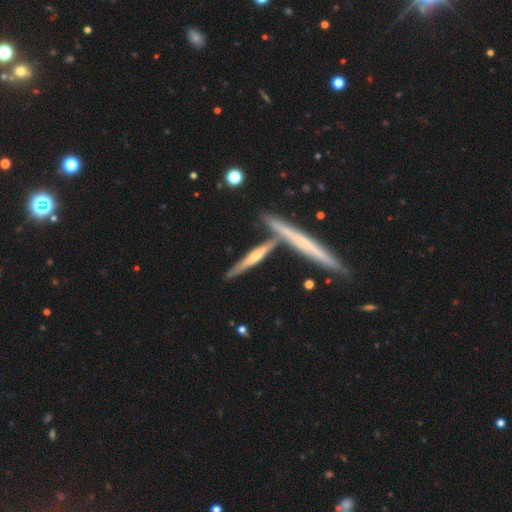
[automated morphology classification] Smooth or featured? featured or disk (66%)
Edge-on disk? yes (94%)
Edge-on bulge? rounded (58%)
Merging? none (68%)